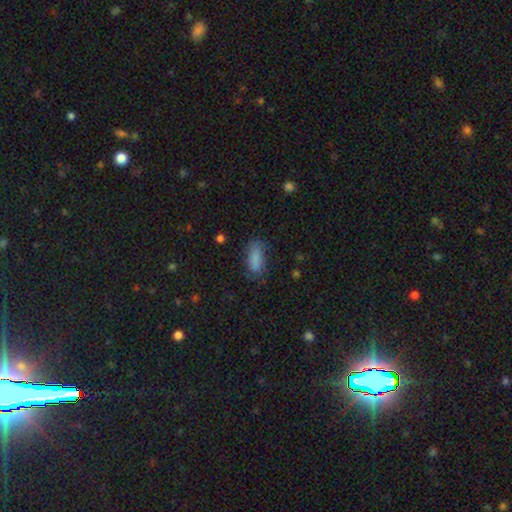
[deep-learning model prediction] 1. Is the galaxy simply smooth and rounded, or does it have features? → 82% smooth, 11% star or artifact, 7% featured or disk.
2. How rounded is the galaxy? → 75% in between, 22% cigar-shaped, 3% round.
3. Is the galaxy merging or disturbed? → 68% none, 22% minor disturbance, 8% major disturbance, 2% merger.